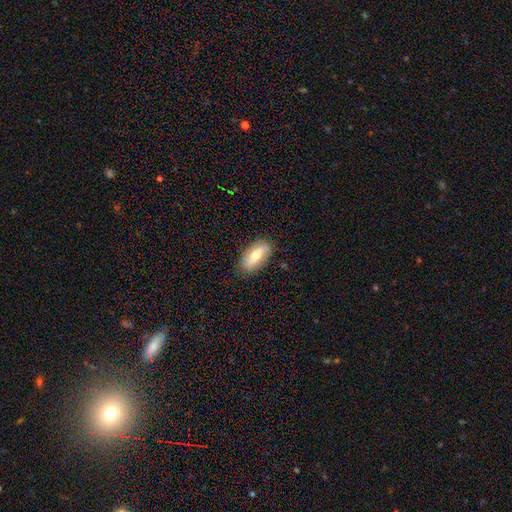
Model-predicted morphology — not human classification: The model was most divided on "smooth or featured": smooth: 51%, featured or disk: 43%, star or artifact: 6%. More confident: merging — none (85%); how rounded — in between (83%).